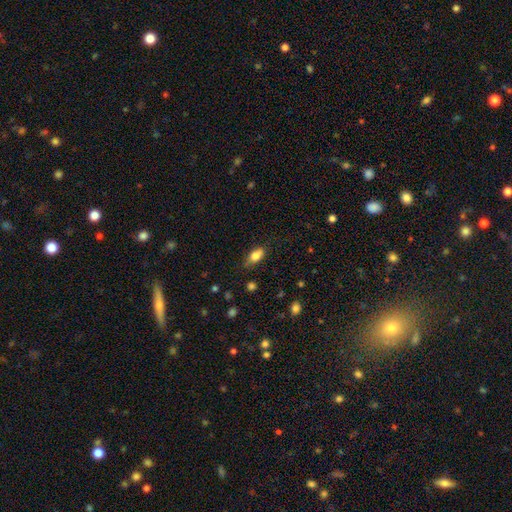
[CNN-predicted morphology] A smooth galaxy with no disk features (80%) that is in between round and cigar-shaped (85%).

Vote fractions:
- Smooth or featured? smooth: 80% / featured or disk: 12% / star or artifact: 8%
- How rounded? in between: 85% / cigar-shaped: 9% / round: 5%
- Merging? none: 74% / minor disturbance: 20% / major disturbance: 4% / merger: 1%